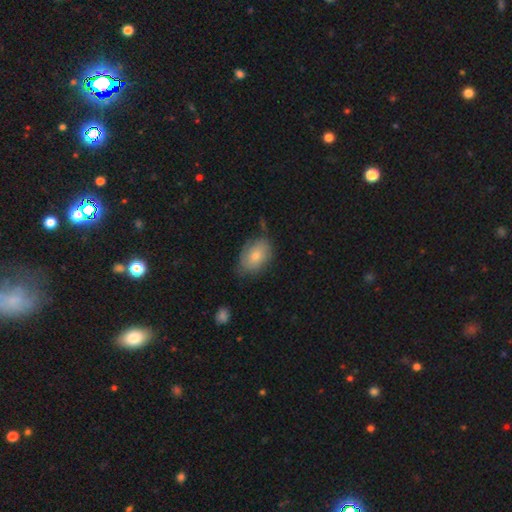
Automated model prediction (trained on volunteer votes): smooth-or-featured: smooth: 72% | featured or disk: 20% | star or artifact: 8%
  how-rounded: in between: 86% | round: 12% | cigar-shaped: 1%
  merging: none: 65% | minor disturbance: 27% | major disturbance: 5% | merger: 2%